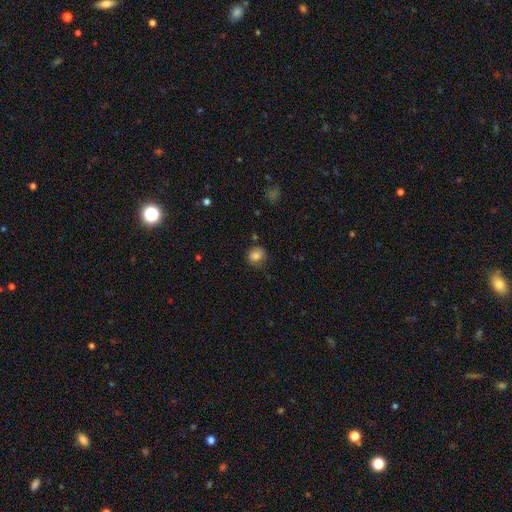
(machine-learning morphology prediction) type=smooth (81%); roundness=round (68%); merging=none (75%).